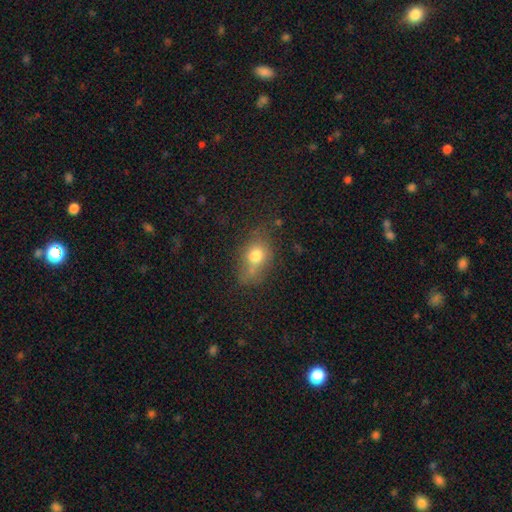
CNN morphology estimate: Smooth or featured: smooth — 72% (featured or disk — 16%)
How rounded: in between — 66% (round — 32%)
Merging: none — 46% (minor disturbance — 25%)